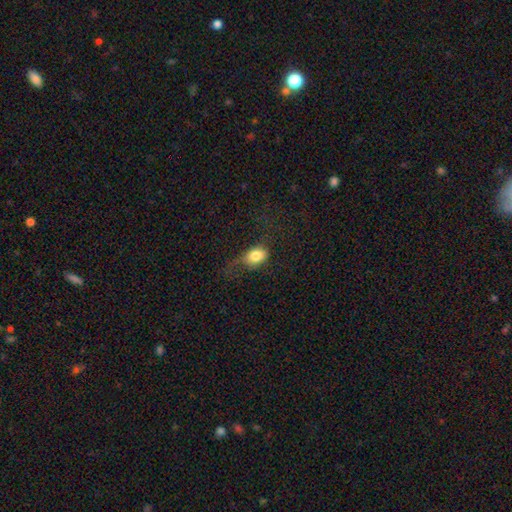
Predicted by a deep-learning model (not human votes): This is likely a smooth galaxy (80%). How rounded: likely in between (74%). Merging: marginally none (40%).